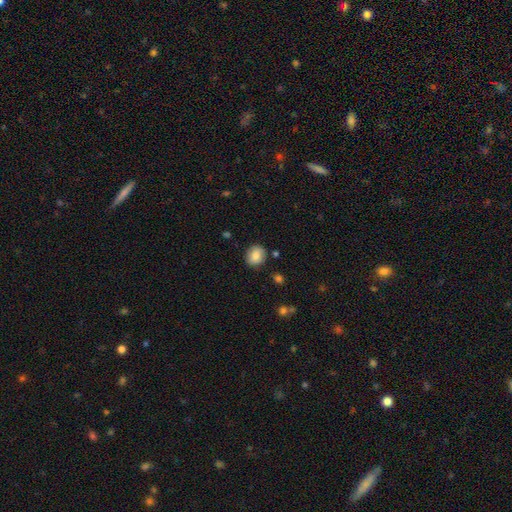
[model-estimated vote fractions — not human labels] A smooth galaxy with no disk features (82%) that is round (75%). Merging: none (86%).